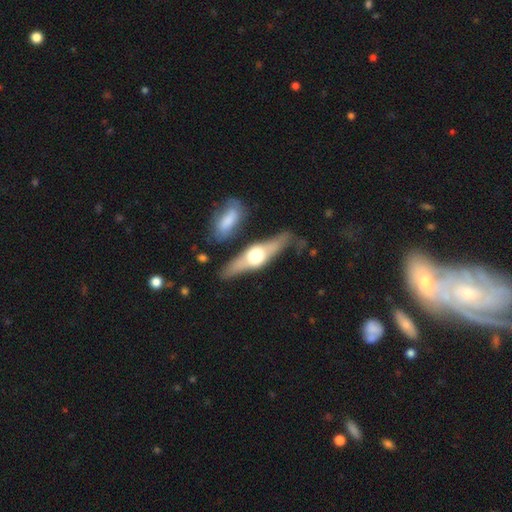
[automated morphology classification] A featured or disk galaxy (65%) viewed edge-on (90%) with a rounded central bulge (93%).

Vote fractions:
- Smooth or featured? featured or disk: 65% / smooth: 29% / star or artifact: 5%
- Edge-on disk? yes: 90% / no: 10%
- Edge-on bulge? rounded: 93% / boxy: 5% / none: 2%
- Merging? none: 72% / minor disturbance: 15% / merger: 8% / major disturbance: 5%